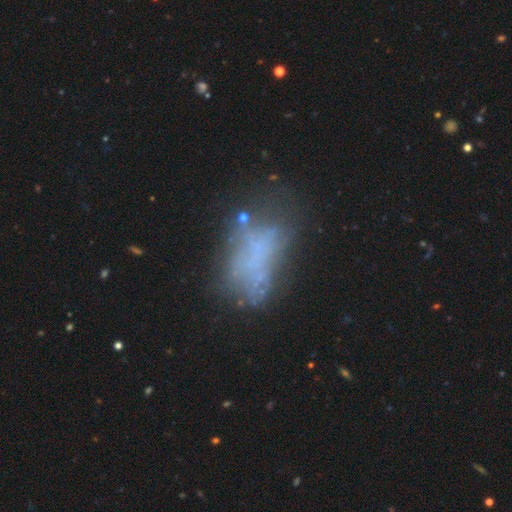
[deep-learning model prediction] This is marginally a featured or disk galaxy (44%). Merging: marginally none (42%).